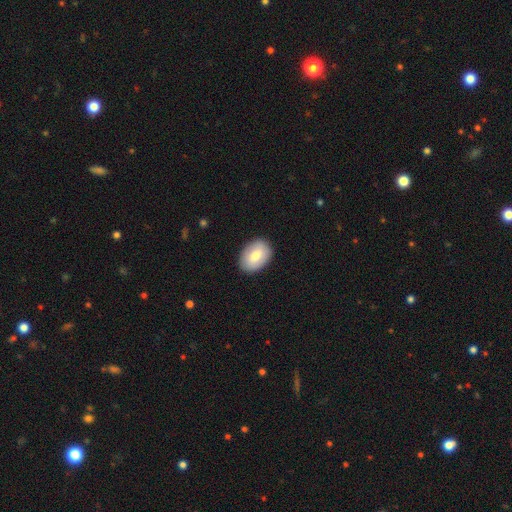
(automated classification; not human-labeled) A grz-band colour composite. It shows a smooth galaxy with no disk features (78%) that is in between round and cigar-shaped (85%). Merging: none (88%).